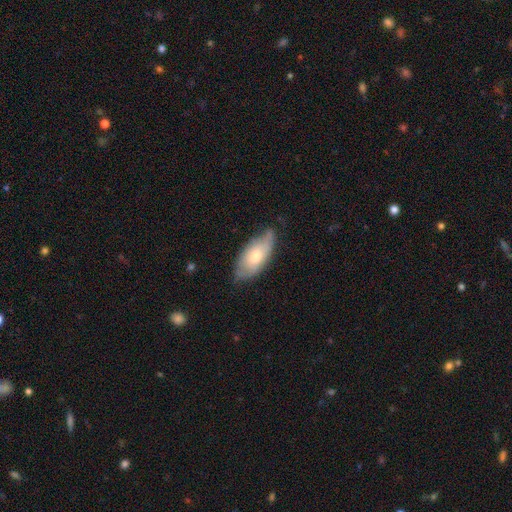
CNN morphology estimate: smooth-or-featured: smooth: 64% | featured or disk: 30% | star or artifact: 6%
  how-rounded: in between: 88% | cigar-shaped: 9% | round: 2%
  merging: none: 60% | minor disturbance: 32% | major disturbance: 6% | merger: 2%